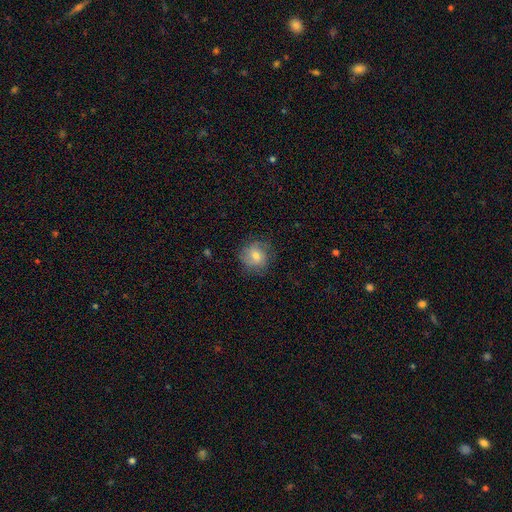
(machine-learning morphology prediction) Q: Smooth or featured?
A: smooth (65%); runner-up: featured or disk (26%)
Q: How rounded?
A: round (87%); runner-up: in between (12%)
Q: Merging?
A: none (75%); runner-up: minor disturbance (18%)